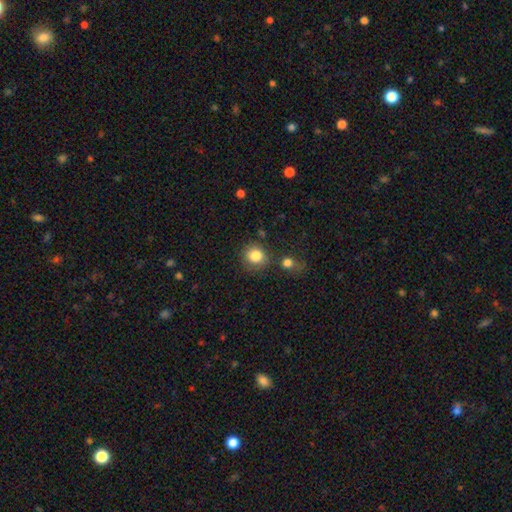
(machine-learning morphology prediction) smooth-or-featured: smooth: 84% | star or artifact: 10% | featured or disk: 6%
  how-rounded: round: 83% | in between: 16% | cigar-shaped: 1%
  merging: none: 76% | minor disturbance: 12% | merger: 8% | major disturbance: 4%